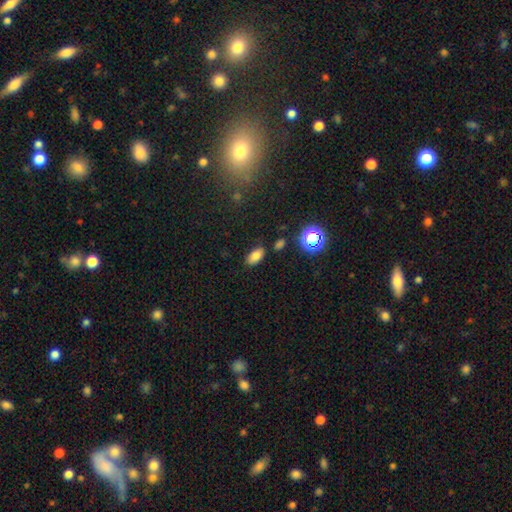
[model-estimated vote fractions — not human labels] The model was most divided on "smooth or featured": smooth: 77%, star or artifact: 14%, featured or disk: 9%. More confident: how rounded — in between (90%); merging — none (81%).